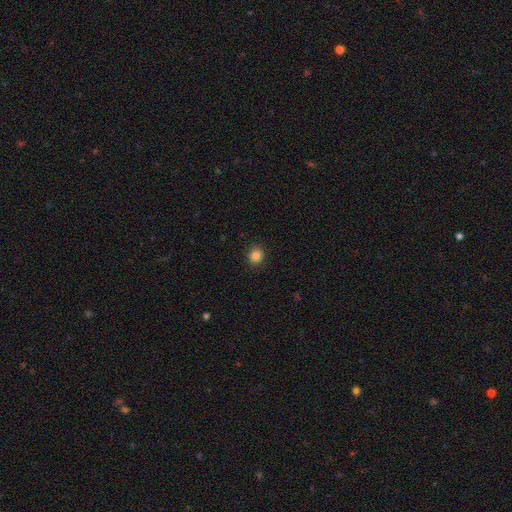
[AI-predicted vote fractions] Smooth or featured: smooth — 86% (star or artifact — 11%)
How rounded: round — 86% (in between — 13%)
Merging: none — 90% (minor disturbance — 7%)